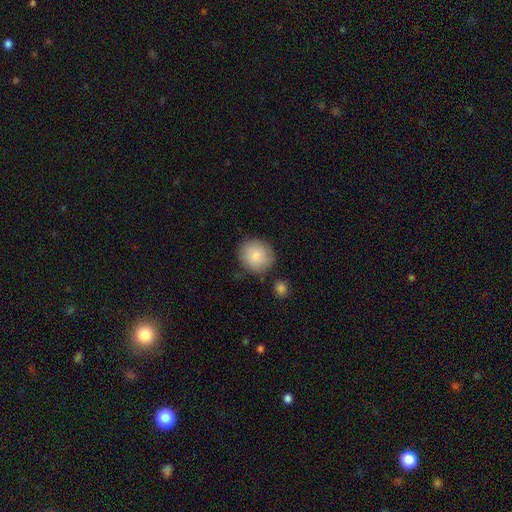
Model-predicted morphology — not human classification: smooth_or_featured: smooth (p=0.84) [alt: featured or disk p=0.09]
how_rounded: round (p=0.86) [alt: in between p=0.13]
merging: none (p=0.80) [alt: minor disturbance p=0.13]